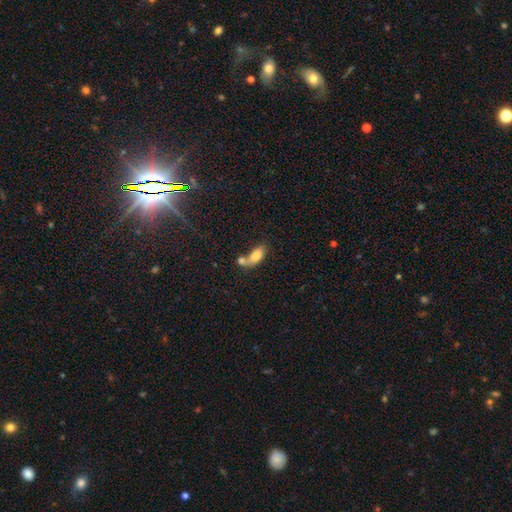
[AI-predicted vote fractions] Smooth or featured: smooth — 78% (featured or disk — 14%)
How rounded: in between — 85% (cigar-shaped — 10%)
Merging: merger — 57% (none — 23%)